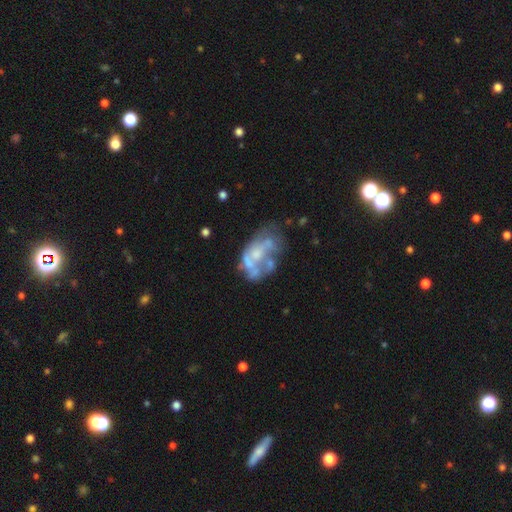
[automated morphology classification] featured or disk 66%, smooth 23%, star or artifact 11%. Down the decision tree: edge-on disk — no (98%); bar — no (86%); spiral arms — no (84%); bulge size — none (44%); merging — none (31%).